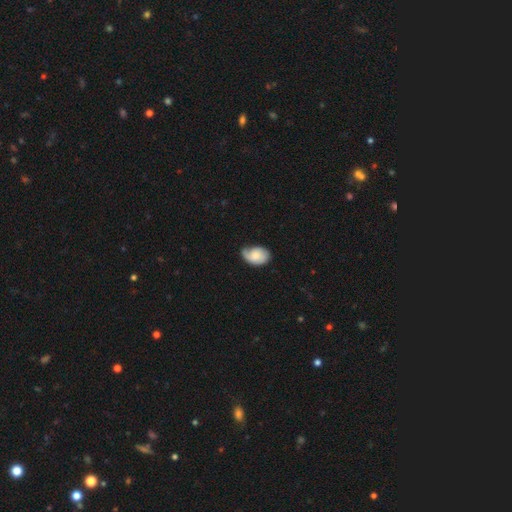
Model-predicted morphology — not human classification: Smooth or featured? Predicted: smooth (p=0.55). How rounded? Predicted: in between (p=0.82). Merging? Predicted: none (p=0.48).